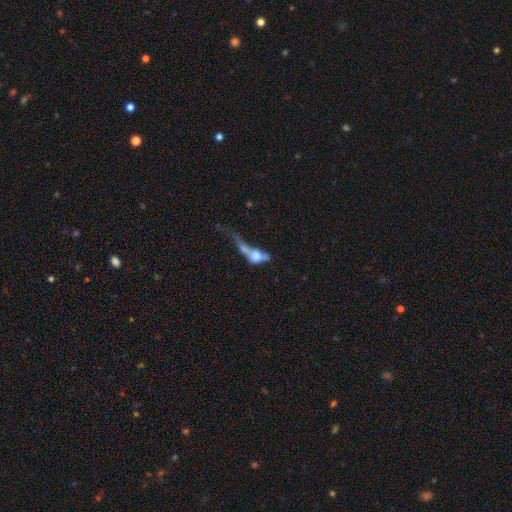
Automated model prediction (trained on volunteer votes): A smooth galaxy with no disk features (55%) that is in between round and cigar-shaped (55%).

Vote fractions:
- Smooth or featured? smooth: 55% / featured or disk: 34% / star or artifact: 11%
- How rounded? in between: 55% / round: 27% / cigar-shaped: 18%
- Merging? merger: 48% / major disturbance: 29% / none: 13% / minor disturbance: 10%